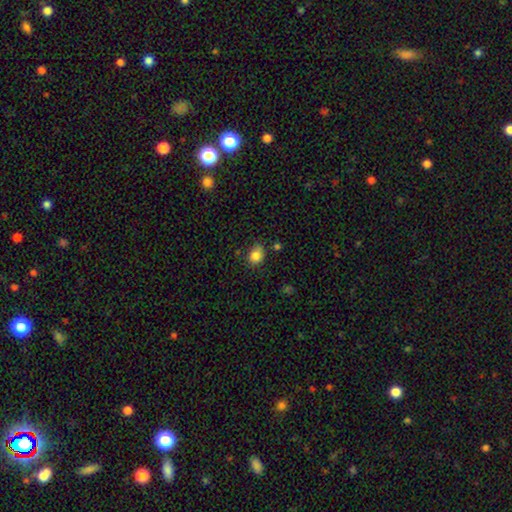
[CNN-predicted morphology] Overall: smooth (84%). How rounded: round (56%; in between 43%). Merging: none (70%).